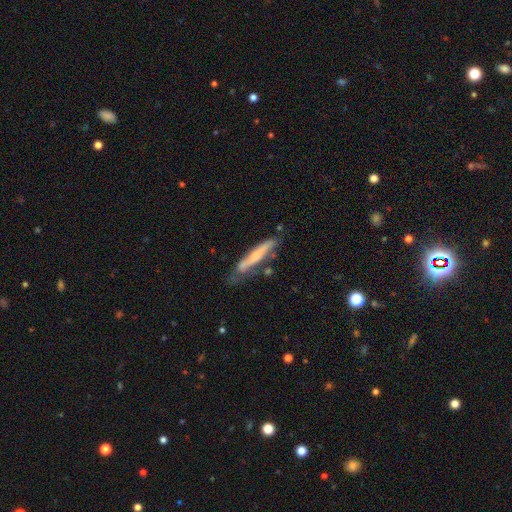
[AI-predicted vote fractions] Smooth or featured: featured or disk — 48% (smooth — 46%)
Merging: none — 62% (minor disturbance — 25%)